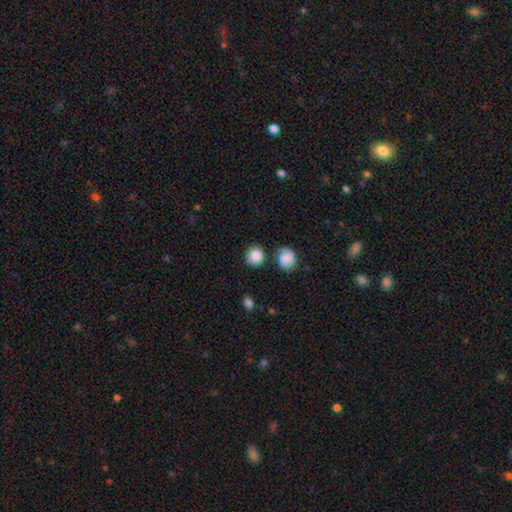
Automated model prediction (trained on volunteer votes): smooth 85%, star or artifact 8%, featured or disk 8%. Down the decision tree: how rounded — round (78%); merging — none (73%).